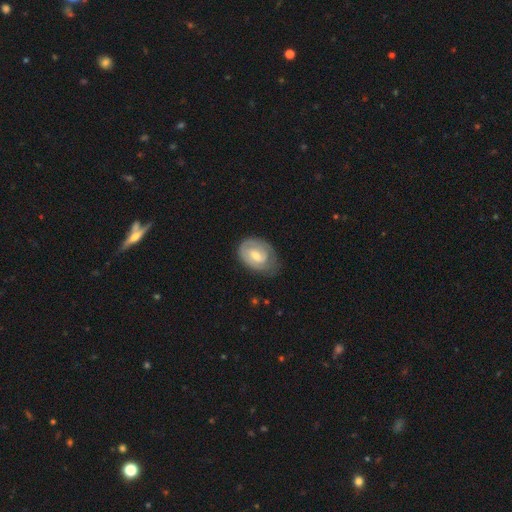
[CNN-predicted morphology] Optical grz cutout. It shows a featured or disk galaxy (55%) with a weak bar (56%), spiral arms (73%) and a moderate central bulge (51%). Merging: none (56%).